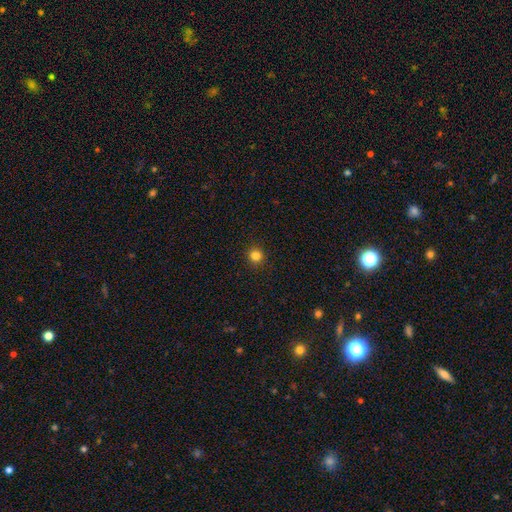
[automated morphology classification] A smooth galaxy with no disk features (83%) that is round (94%). Merging: none (93%).